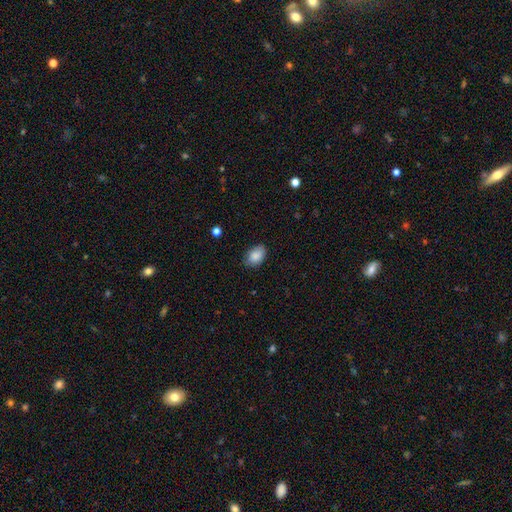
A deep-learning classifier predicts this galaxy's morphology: The model was most divided on "merging": none: 75%, minor disturbance: 21%, major disturbance: 3%, merger: 1%. More confident: smooth or featured — smooth (87%); how rounded — in between (84%).